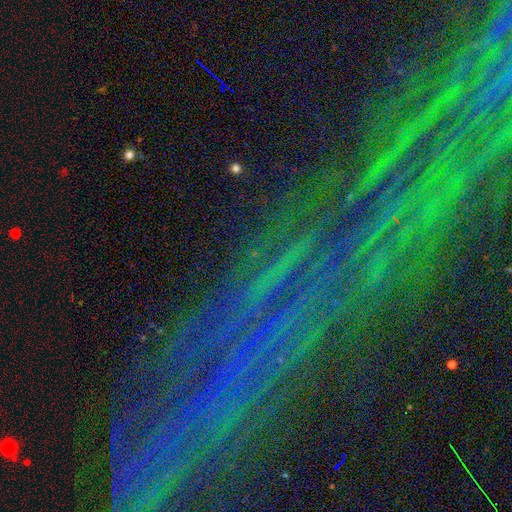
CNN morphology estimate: This is likely a star or artifact rather than a galaxy (77%).